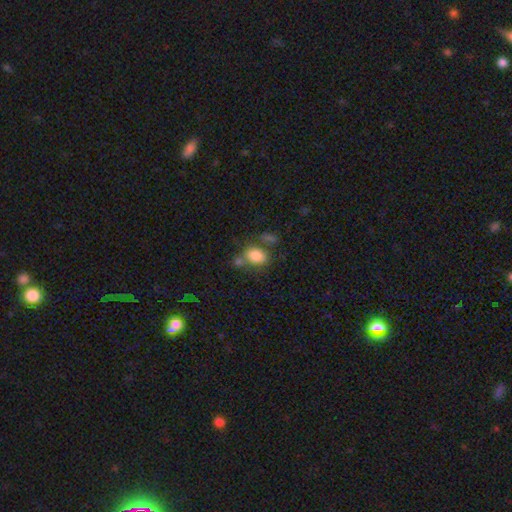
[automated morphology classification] Q: Smooth or featured?
A: smooth (81%); runner-up: star or artifact (10%)
Q: How rounded?
A: in between (67%); runner-up: round (31%)
Q: Merging?
A: none (47%); runner-up: merger (27%)